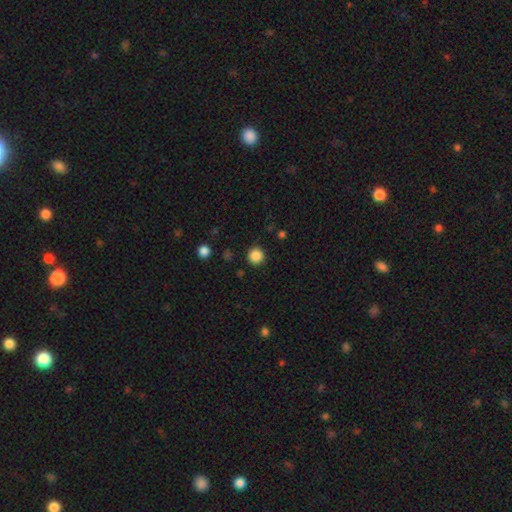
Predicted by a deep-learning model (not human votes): smooth 86%, star or artifact 11%, featured or disk 3%. Down the decision tree: how rounded — round (95%); merging — none (90%).